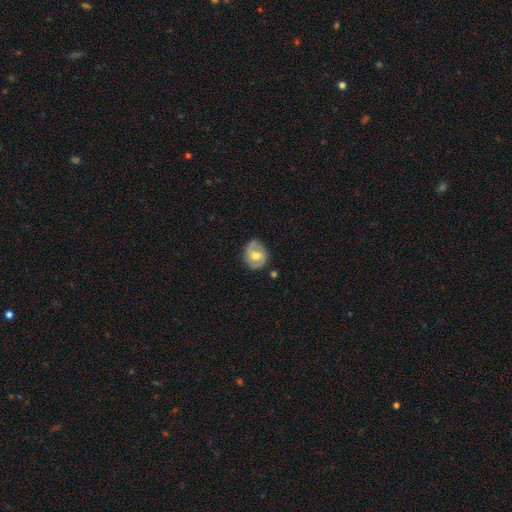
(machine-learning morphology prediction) Smooth or featured? Predicted: featured or disk (p=0.66). Edge-on disk? Predicted: no (p=0.97). Bar? Predicted: weak (p=0.49). Spiral arms? Predicted: yes (p=0.82). Spiral winding? Predicted: medium (p=0.48). Spiral arm count? Predicted: 2 (p=0.84). Bulge size? Predicted: moderate (p=0.74). Merging? Predicted: none (p=0.75).